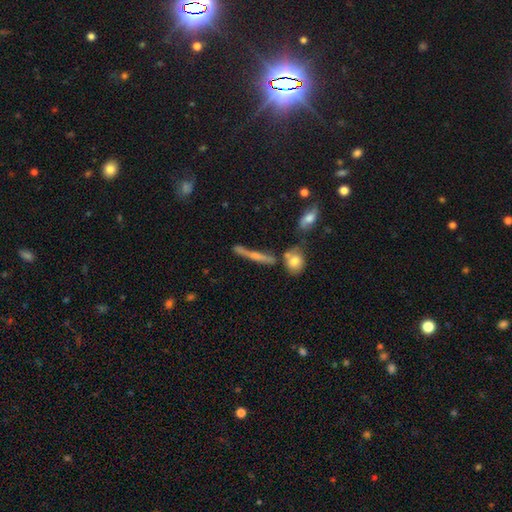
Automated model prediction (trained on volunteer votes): A featured or disk galaxy (50%). Merging: none (65%).